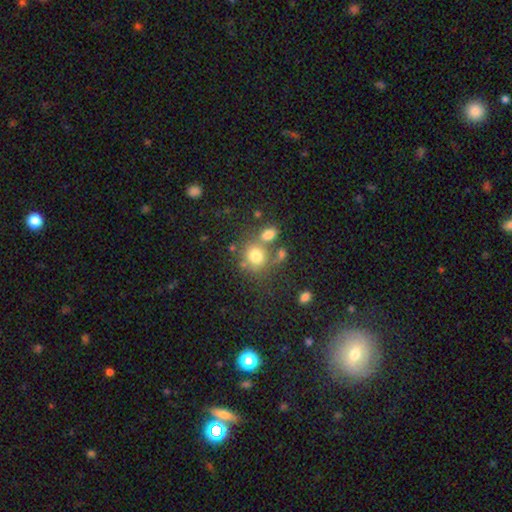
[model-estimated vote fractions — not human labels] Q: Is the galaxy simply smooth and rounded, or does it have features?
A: smooth — 74%.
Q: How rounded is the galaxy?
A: round — 77%.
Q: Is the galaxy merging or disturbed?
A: none — 55%.